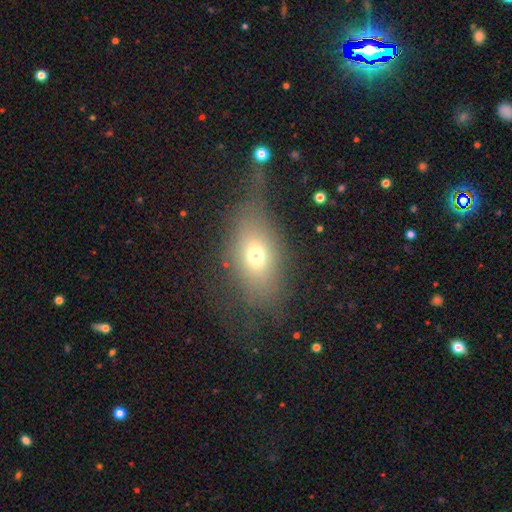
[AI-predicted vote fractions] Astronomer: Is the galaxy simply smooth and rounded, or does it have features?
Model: smooth — 66%.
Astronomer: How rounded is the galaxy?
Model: in between — 73%.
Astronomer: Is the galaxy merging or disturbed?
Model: none — 49% (runner-up: major disturbance, 26%).